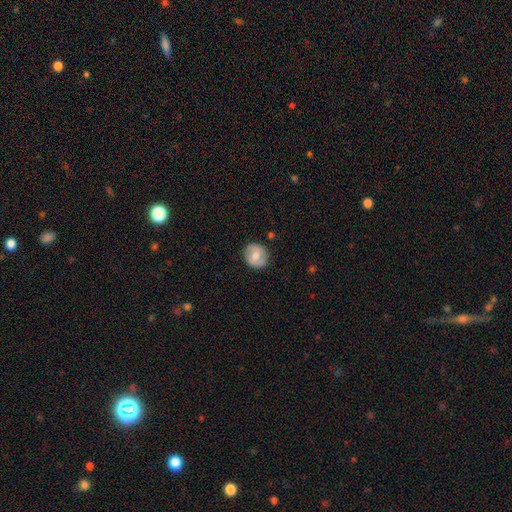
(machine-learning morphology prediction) Smooth or featured? Predicted: smooth (p=0.60). How rounded? Predicted: round (p=0.83). Merging? Predicted: none (p=0.86).